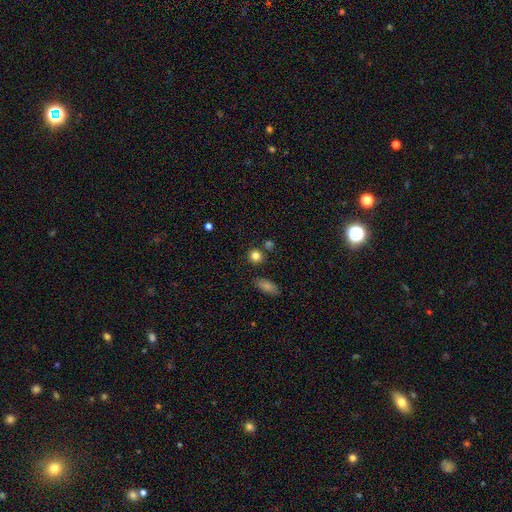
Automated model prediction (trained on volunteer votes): smooth_or_featured: smooth (p=0.82) [alt: star or artifact p=0.12]
how_rounded: round (p=0.86) [alt: in between p=0.13]
merging: none (p=0.79) [alt: minor disturbance p=0.09]